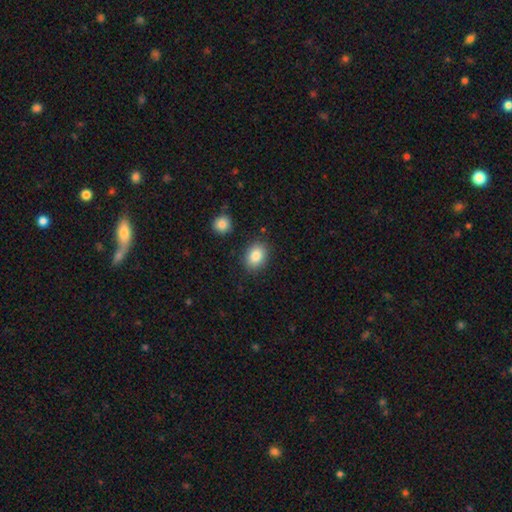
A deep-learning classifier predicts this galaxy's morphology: Smooth or featured? Predicted: smooth (p=0.85). How rounded? Predicted: in between (p=0.69). Merging? Predicted: none (p=0.85).